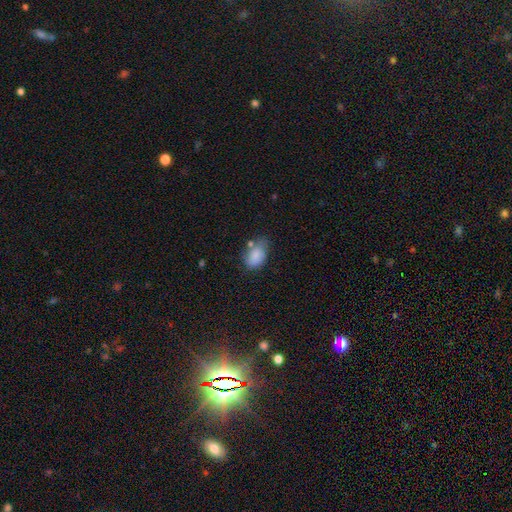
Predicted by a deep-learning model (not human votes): Morphology: type=smooth (83%); roundness=in between (84%); merging=none (48%).